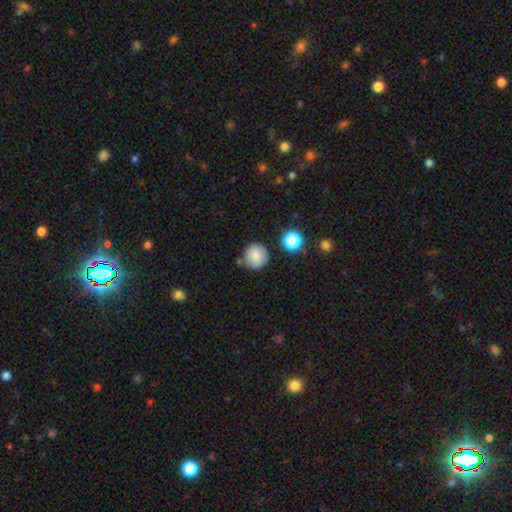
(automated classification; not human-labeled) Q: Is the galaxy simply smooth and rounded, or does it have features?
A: smooth — 81%.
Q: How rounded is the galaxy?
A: round — 93%.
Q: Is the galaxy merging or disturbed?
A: none — 81%.